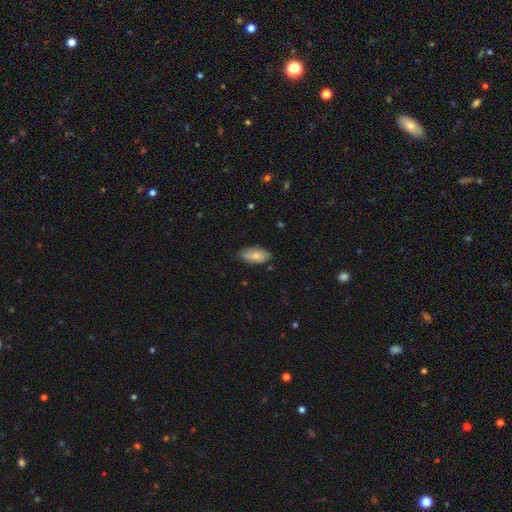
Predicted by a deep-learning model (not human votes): The model was most divided on "merging": none: 78%, minor disturbance: 18%, major disturbance: 3%, merger: 1%. More confident: how rounded — in between (90%); smooth or featured — smooth (78%).